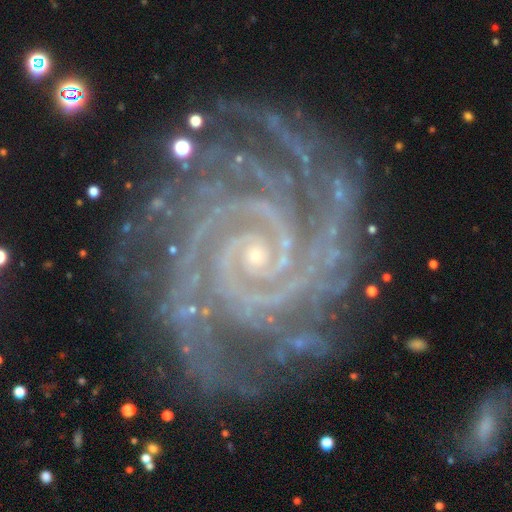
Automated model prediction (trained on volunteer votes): Smooth or featured?
  - featured or disk: 93% *
  - star or artifact: 4%
  - smooth: 2%
Edge-on disk?
  - no: 98% *
  - yes: 2%
Bar?
  - no: 62% *
  - weak: 24%
  - strong: 14%
Spiral arms?
  - yes: 99% *
  - no: 1%
Spiral winding?
  - tight: 83% *
  - medium: 15%
  - loose: 2%
Spiral arm count?
  - 2: 27% *
  - 3: 22%
  - 4: 18%
  - more than 4: 13%
  - can't tell: 11%
  - 1: 9%
Bulge size?
  - small: 87% *
  - moderate: 9%
  - none: 3%
  - large: 1%
  - dominant: 1%
Merging?
  - none: 75% *
  - minor disturbance: 17%
  - major disturbance: 5%
  - merger: 2%